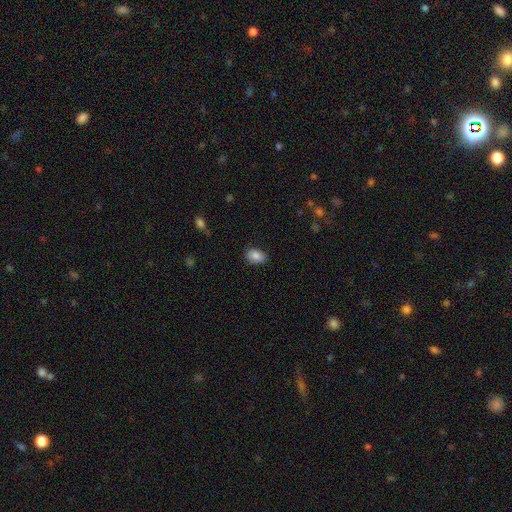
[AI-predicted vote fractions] Morphology: type=smooth (85%); roundness=in between (79%); merging=none (86%).